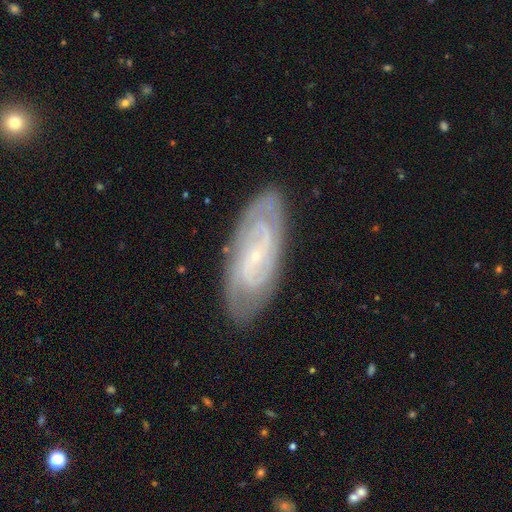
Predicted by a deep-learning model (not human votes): smooth-or-featured: featured or disk: 82% | smooth: 12% | star or artifact: 6%
  disk-edge-on: no: 92% | yes: 8%
    bar: no: 43% | weak: 42% | strong: 15%
    has-spiral-arms: yes: 94% | no: 6%
      spiral-winding: tight: 57% | medium: 34% | loose: 9%
      spiral-arm-count: 2: 43% | can't tell: 28% | 3: 13% | 4: 7% | more than 4: 4% | 1: 4%
    bulge-size: small: 86% | moderate: 9% | none: 3% | large: 1% | dominant: 1%
  merging: none: 83% | minor disturbance: 13% | major disturbance: 3% | merger: 1%